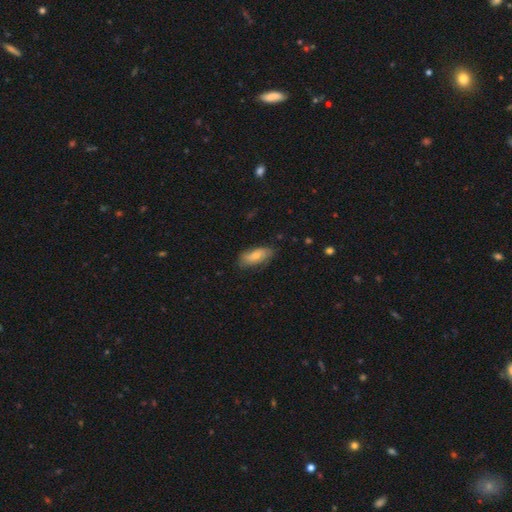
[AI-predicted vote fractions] Smooth or featured?
  - smooth: 64% *
  - featured or disk: 29%
  - star or artifact: 7%
How rounded?
  - in between: 84% *
  - cigar-shaped: 13%
  - round: 3%
Merging?
  - none: 71% *
  - minor disturbance: 22%
  - major disturbance: 5%
  - merger: 1%